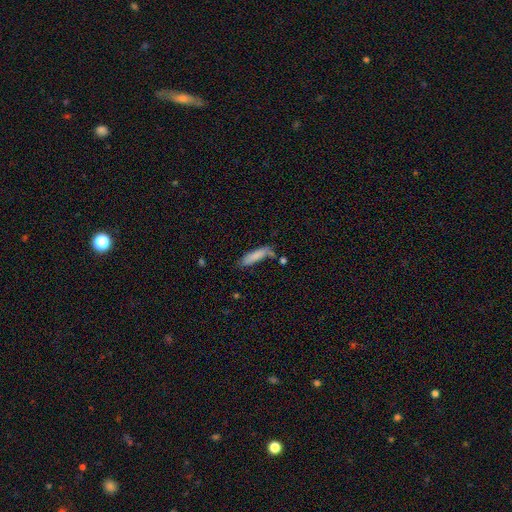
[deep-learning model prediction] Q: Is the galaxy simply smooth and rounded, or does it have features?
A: smooth — 82%.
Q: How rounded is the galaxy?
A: cigar-shaped — 70%.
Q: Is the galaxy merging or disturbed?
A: none — 62%.